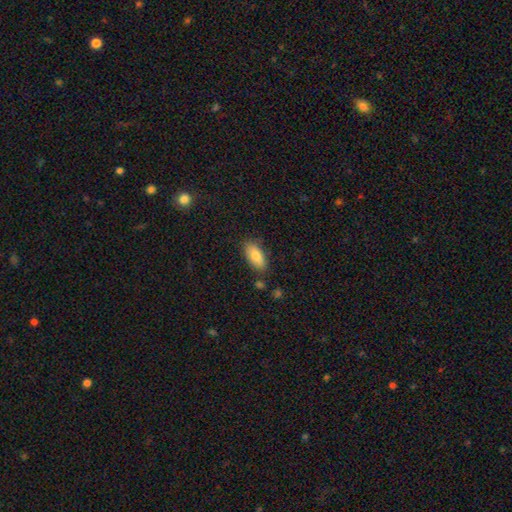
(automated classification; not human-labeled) This appears to be a smooth galaxy with no disk features (85%) that is in between round and cigar-shaped (87%). Merging: none (82%).